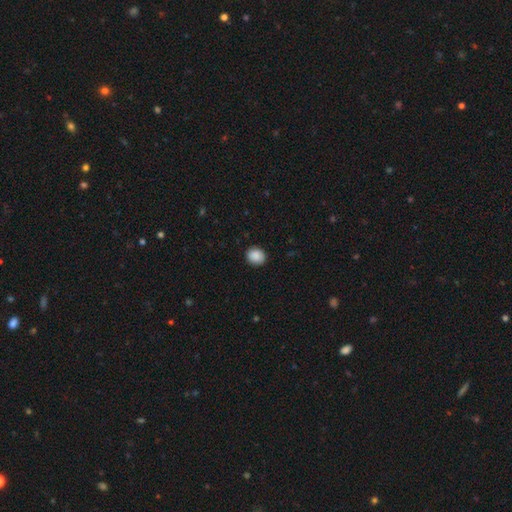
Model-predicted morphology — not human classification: A smooth galaxy with no disk features (89%) that is round (78%).

Vote fractions:
- Smooth or featured? smooth: 89% / star or artifact: 8% / featured or disk: 3%
- How rounded? round: 78% / in between: 21% / cigar-shaped: 1%
- Merging? none: 90% / minor disturbance: 7% / major disturbance: 2% / merger: 1%